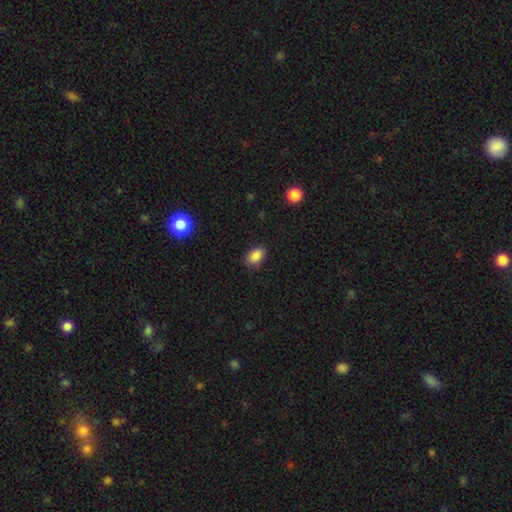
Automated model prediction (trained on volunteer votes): A smooth galaxy with no disk features (87%) that is in between round and cigar-shaped (82%).

Vote fractions:
- Smooth or featured? smooth: 87% / star or artifact: 9% / featured or disk: 4%
- How rounded? in between: 82% / round: 16% / cigar-shaped: 1%
- Merging? none: 85% / minor disturbance: 12% / major disturbance: 3% / merger: 1%